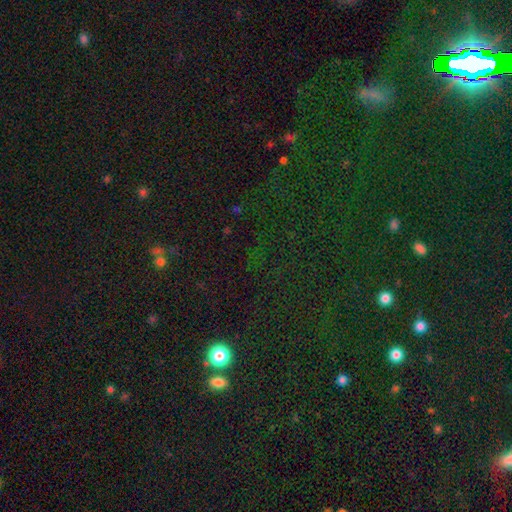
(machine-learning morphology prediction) Smooth or featured? star or artifact (71%)